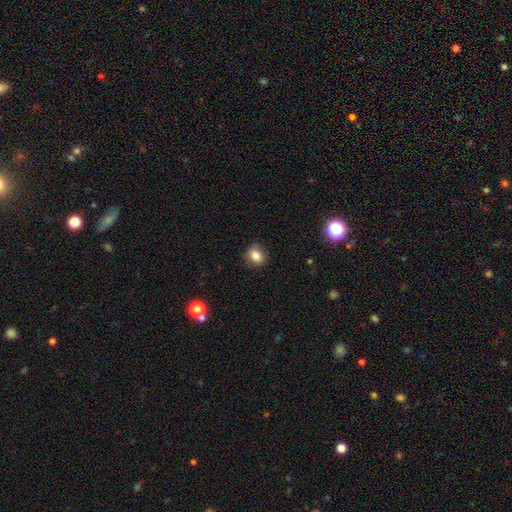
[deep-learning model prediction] Smooth or featured? Predicted: smooth (p=0.83). How rounded? Predicted: round (p=0.57). Merging? Predicted: none (p=0.82).